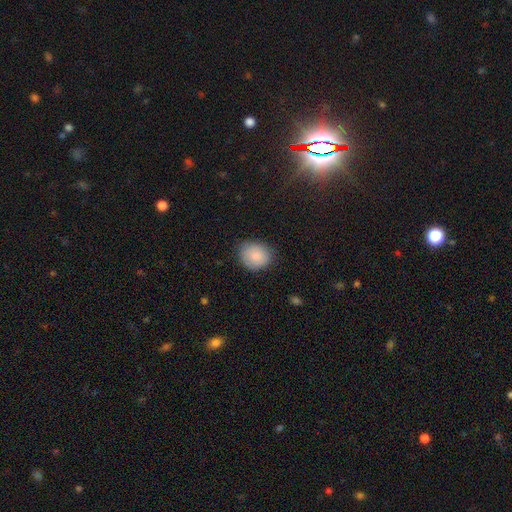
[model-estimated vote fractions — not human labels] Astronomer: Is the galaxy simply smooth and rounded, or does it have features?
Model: smooth — 83%.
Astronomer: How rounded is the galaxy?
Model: round — 60% (runner-up: in between, 39%).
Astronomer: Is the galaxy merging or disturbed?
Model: none — 78%.